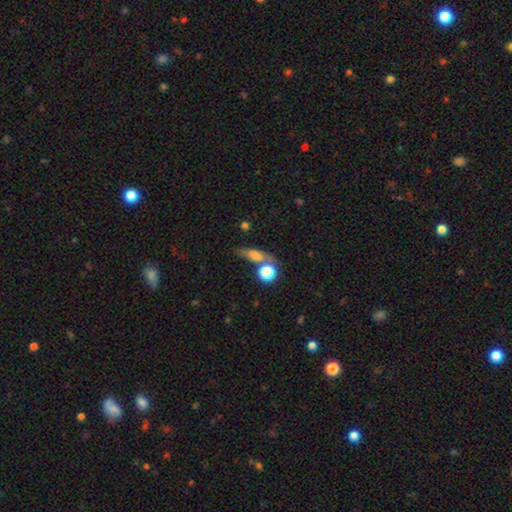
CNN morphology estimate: smooth-or-featured: smooth: 62% | featured or disk: 25% | star or artifact: 13%
  how-rounded: cigar-shaped: 39% | in between: 38% | round: 23%
  merging: none: 60% | merger: 18% | minor disturbance: 15% | major disturbance: 7%